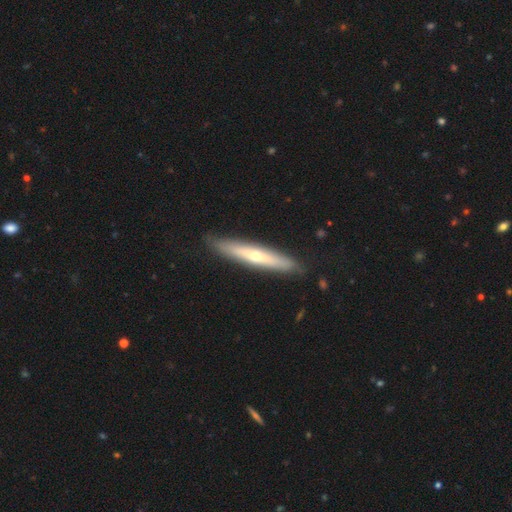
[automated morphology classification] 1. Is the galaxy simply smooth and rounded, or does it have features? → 54% featured or disk, 40% smooth, 6% star or artifact.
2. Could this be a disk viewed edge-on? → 84% yes, 16% no.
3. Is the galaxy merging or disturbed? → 87% none, 9% minor disturbance, 2% major disturbance, 1% merger.